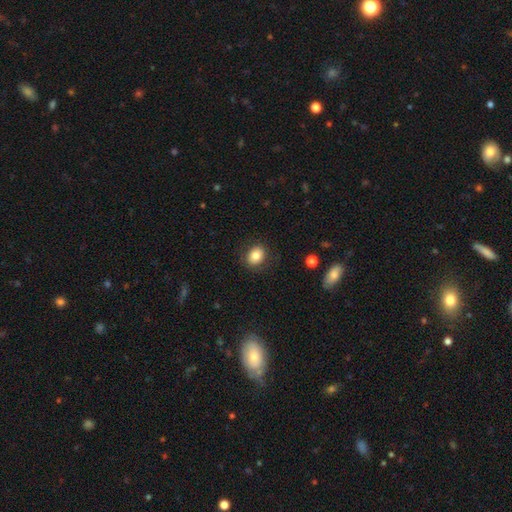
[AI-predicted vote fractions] Smooth or featured?
  - smooth: 81% *
  - featured or disk: 9%
  - star or artifact: 9%
How rounded?
  - round: 52% *
  - in between: 47%
  - cigar-shaped: 1%
Merging?
  - none: 85% *
  - minor disturbance: 10%
  - major disturbance: 3%
  - merger: 1%